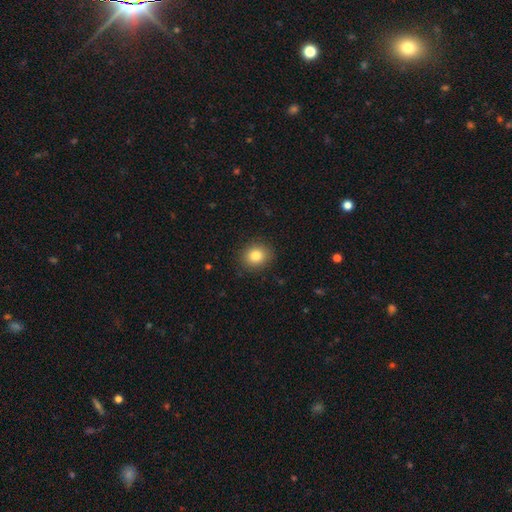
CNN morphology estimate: Q: Smooth or featured?
A: smooth (83%); runner-up: star or artifact (10%)
Q: How rounded?
A: round (77%); runner-up: in between (22%)
Q: Merging?
A: none (89%); runner-up: minor disturbance (7%)